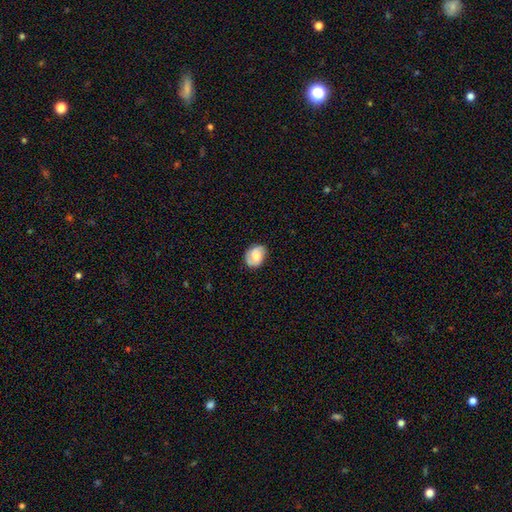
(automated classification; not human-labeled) Morphology: type=smooth (56%); roundness=in between (58%); merging=none (73%).